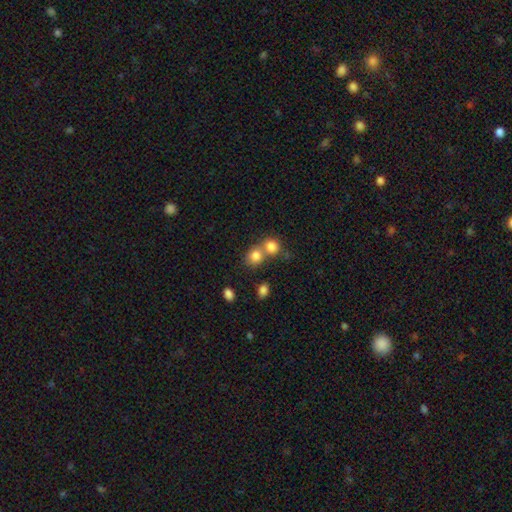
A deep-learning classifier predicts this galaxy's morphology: smooth-or-featured: smooth: 81% | star or artifact: 11% | featured or disk: 8%
  how-rounded: round: 74% | in between: 25% | cigar-shaped: 1%
  merging: merger: 47% | none: 43% | minor disturbance: 7% | major disturbance: 3%